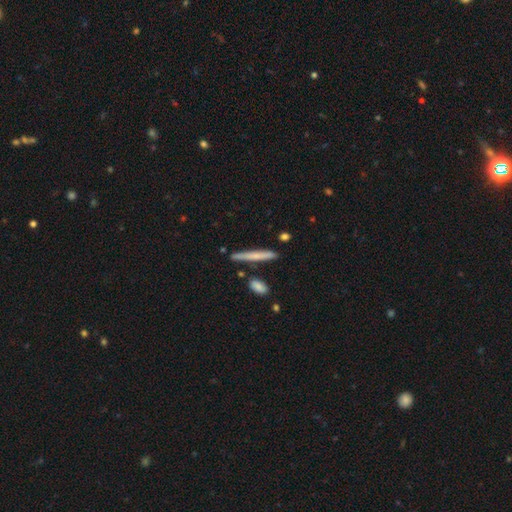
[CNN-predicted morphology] Smooth or featured: smooth — 62% (featured or disk — 32%)
How rounded: cigar-shaped — 95% (in between — 4%)
Merging: none — 84% (minor disturbance — 10%)